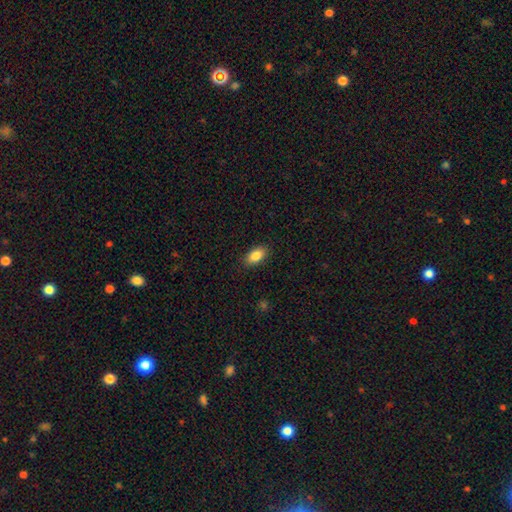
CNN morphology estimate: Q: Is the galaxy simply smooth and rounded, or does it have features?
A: smooth — 86%.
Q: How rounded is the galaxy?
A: in between — 92%.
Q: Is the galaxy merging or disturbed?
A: none — 89%.